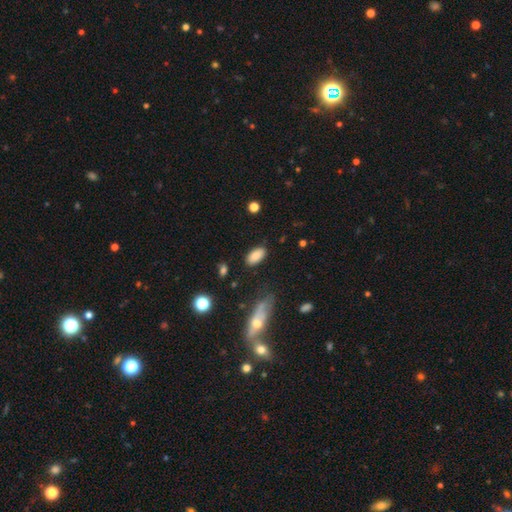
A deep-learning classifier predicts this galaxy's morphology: This is clearly a smooth galaxy (84%). How rounded: clearly in between (92%). Merging: clearly none (83%).